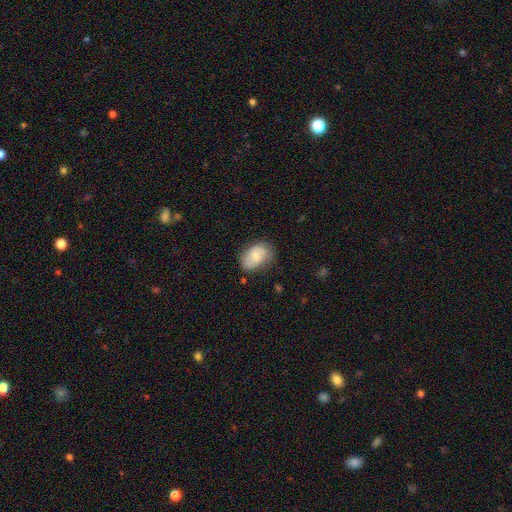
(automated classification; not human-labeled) A smooth galaxy with no disk features (72%) that is in between round and cigar-shaped (85%).

Vote fractions:
- Smooth or featured? smooth: 72% / featured or disk: 21% / star or artifact: 7%
- How rounded? in between: 85% / round: 14% / cigar-shaped: 1%
- Merging? none: 65% / minor disturbance: 26% / major disturbance: 7% / merger: 2%